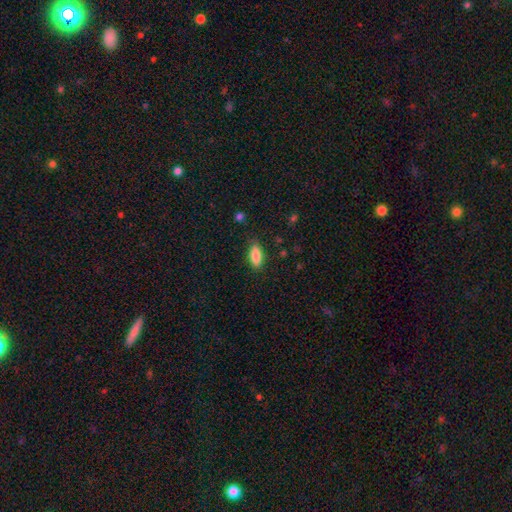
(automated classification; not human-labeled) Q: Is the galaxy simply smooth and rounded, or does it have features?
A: smooth — 86%.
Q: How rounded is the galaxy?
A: in between — 79%.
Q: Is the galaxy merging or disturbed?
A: none — 83%.